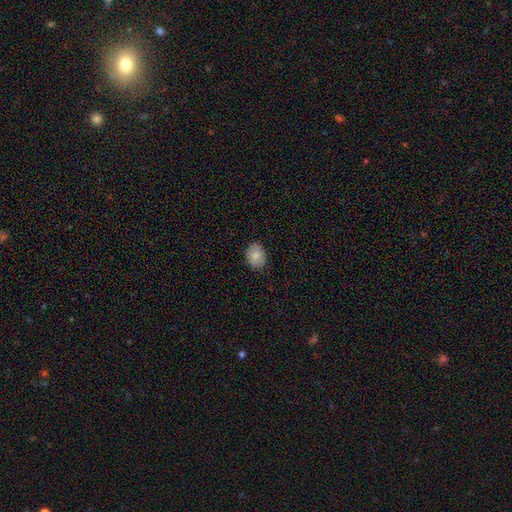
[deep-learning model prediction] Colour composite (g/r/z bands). It shows a smooth galaxy with no disk features (83%) that is in between round and cigar-shaped (58%). Merging: none (86%).